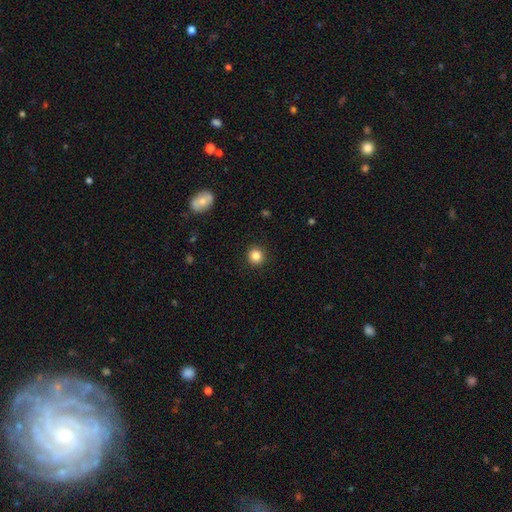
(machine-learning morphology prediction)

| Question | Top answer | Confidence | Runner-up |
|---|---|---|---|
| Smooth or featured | smooth | 84% | star or artifact (11%) |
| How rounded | round | 91% | in between (8%) |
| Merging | none | 92% | minor disturbance (5%) |